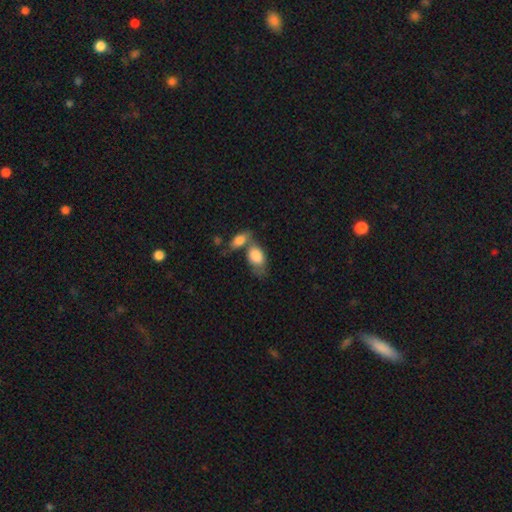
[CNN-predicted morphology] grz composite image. It shows a smooth galaxy with no disk features (82%) that is in between round and cigar-shaped (88%). Merging: merger (51%).